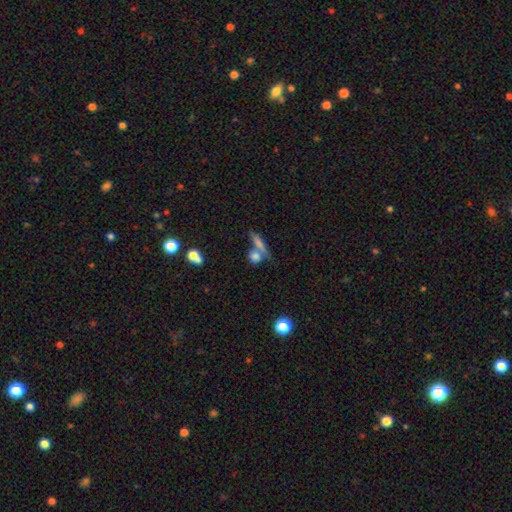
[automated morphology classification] A smooth galaxy with no disk features (73%) that is round (49%).

Vote fractions:
- Smooth or featured? smooth: 73% / featured or disk: 15% / star or artifact: 12%
- How rounded? round: 49% / in between: 30% / cigar-shaped: 21%
- Merging? none: 48% / merger: 37% / minor disturbance: 10% / major disturbance: 5%